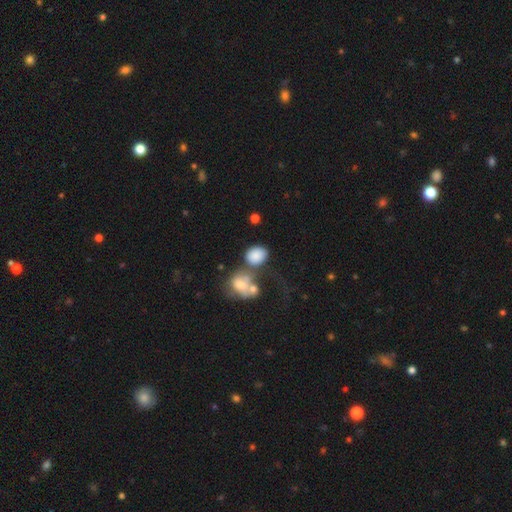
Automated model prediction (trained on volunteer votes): The model was most divided on "how rounded": in between: 52%, round: 46%, cigar-shaped: 1%. Remaining: smooth or featured — smooth (80%); merging — none (41%).